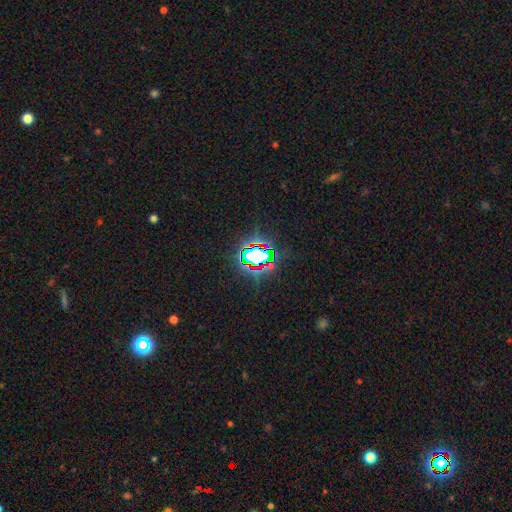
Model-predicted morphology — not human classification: Smooth or featured? Predicted: star or artifact (p=0.70).